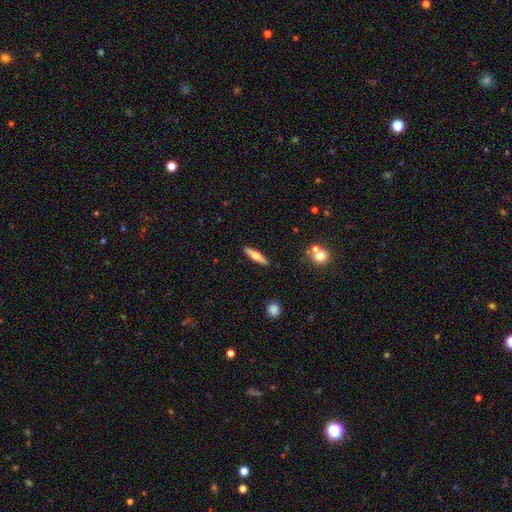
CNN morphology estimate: A smooth galaxy with no disk features (48%).

Vote fractions:
- Smooth or featured? smooth: 48% / featured or disk: 46% / star or artifact: 6%
- Merging? none: 89% / minor disturbance: 7% / merger: 2% / major disturbance: 2%